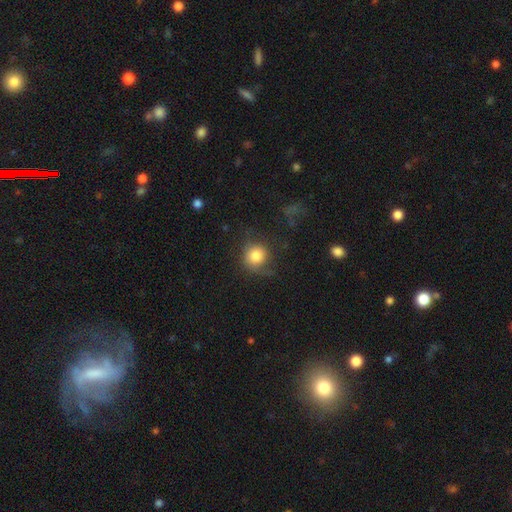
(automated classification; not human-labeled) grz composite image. It shows a smooth galaxy with no disk features (80%) that is round (89%). Merging: none (62%).